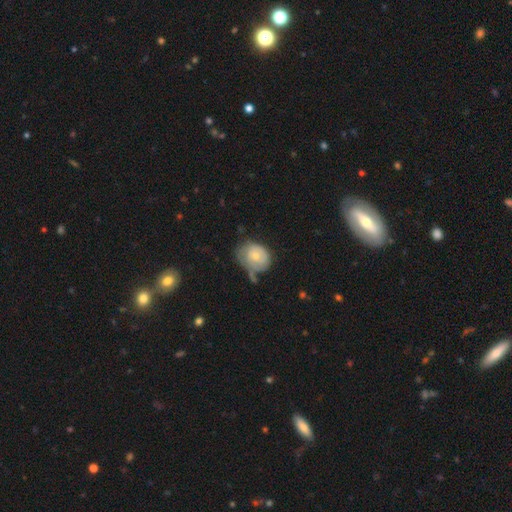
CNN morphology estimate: smooth-or-featured: smooth: 60% | featured or disk: 33% | star or artifact: 7%
  how-rounded: round: 53% | in between: 46% | cigar-shaped: 1%
  merging: none: 37% | minor disturbance: 36% | major disturbance: 19% | merger: 8%